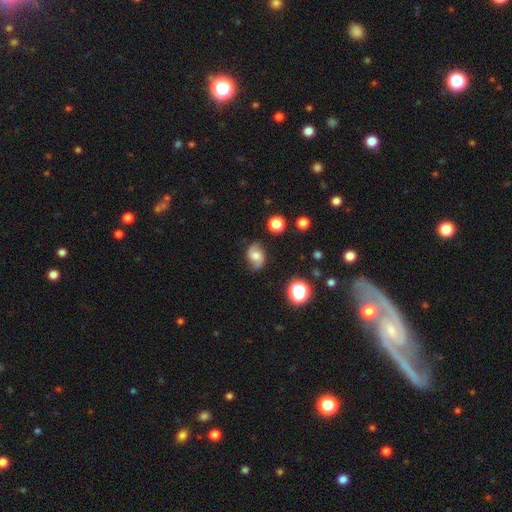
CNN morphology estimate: smooth 55%, featured or disk 32%, star or artifact 13%. Down the decision tree: how rounded — in between (63%); merging — none (73%).